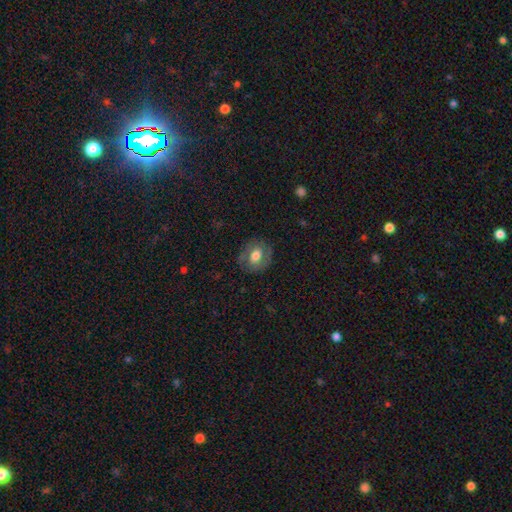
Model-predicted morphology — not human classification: smooth 54%, featured or disk 38%, star or artifact 8%. Down the decision tree: how rounded — round (52%); merging — none (77%).